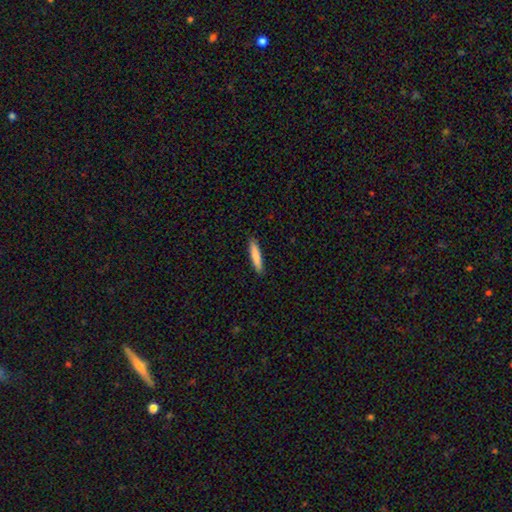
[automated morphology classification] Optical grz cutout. It shows a smooth galaxy with no disk features (83%) that is cigar-shaped (90%). Merging: none (91%).